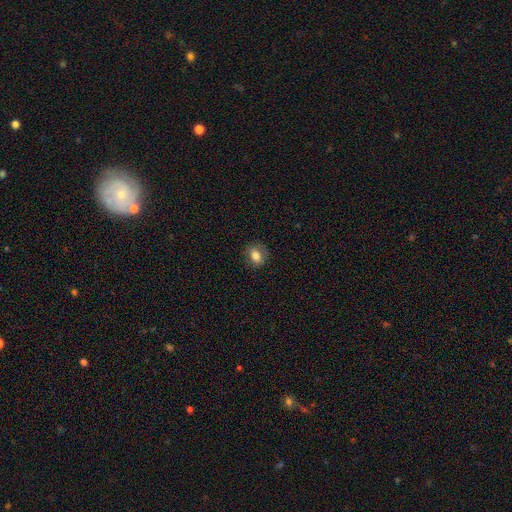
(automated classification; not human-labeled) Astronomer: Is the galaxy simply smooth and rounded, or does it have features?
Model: smooth — 78%.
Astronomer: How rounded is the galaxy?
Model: in between — 56% (runner-up: round, 43%).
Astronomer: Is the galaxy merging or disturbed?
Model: none — 83%.